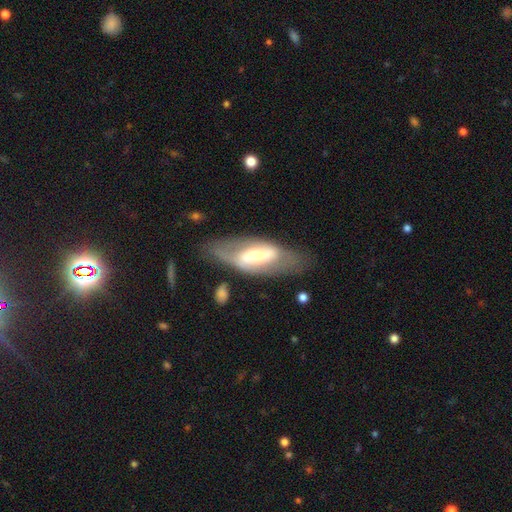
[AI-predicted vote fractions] The model was most divided on "bar": strong: 38%, weak: 33%, no: 30%. More confident: edge-on disk — no (84%); smooth or featured — featured or disk (66%); merging — none (64%); bulge size — moderate (58%); spiral arms — yes (57%).